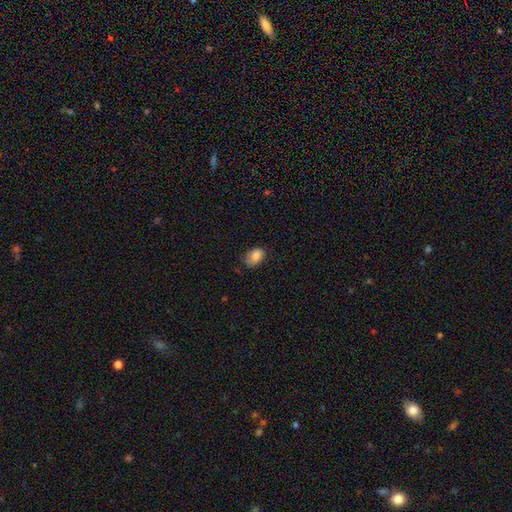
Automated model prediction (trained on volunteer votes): Smooth or featured?
  - smooth: 84% *
  - star or artifact: 8%
  - featured or disk: 8%
How rounded?
  - in between: 81% *
  - round: 18%
  - cigar-shaped: 1%
Merging?
  - none: 62% *
  - minor disturbance: 30%
  - major disturbance: 7%
  - merger: 1%